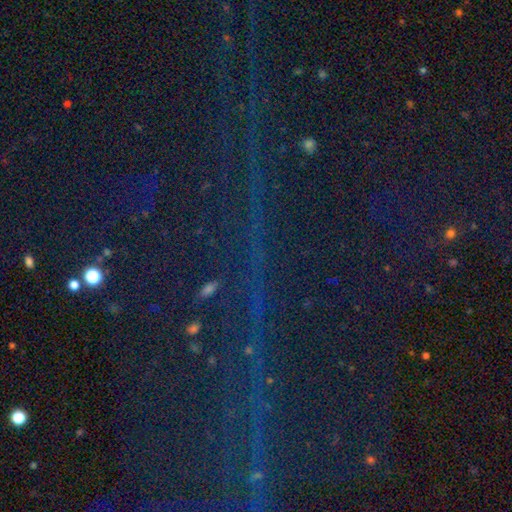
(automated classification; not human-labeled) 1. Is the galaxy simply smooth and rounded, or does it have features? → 83% star or artifact, 8% smooth, 8% featured or disk.